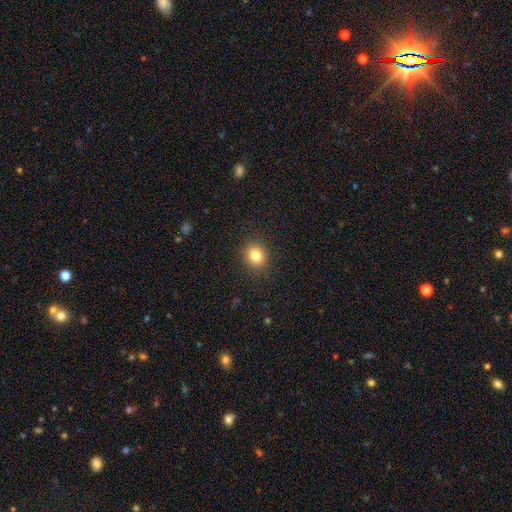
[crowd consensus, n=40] A smooth galaxy with no disk features (68%) that is round (89%). Merging: none (89%).